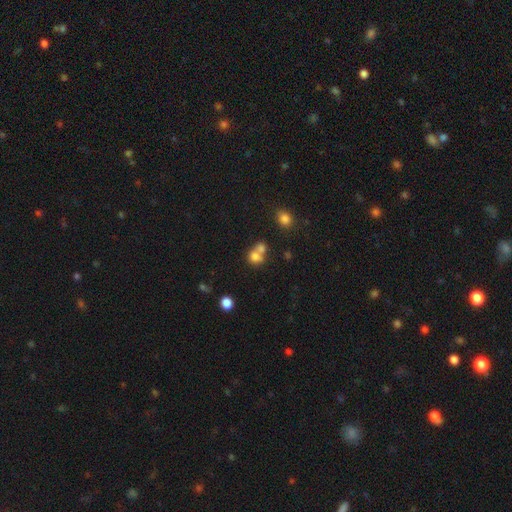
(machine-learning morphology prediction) Smooth or featured? Predicted: smooth (p=0.73). How rounded? Predicted: round (p=0.71). Merging? Predicted: merger (p=0.58).